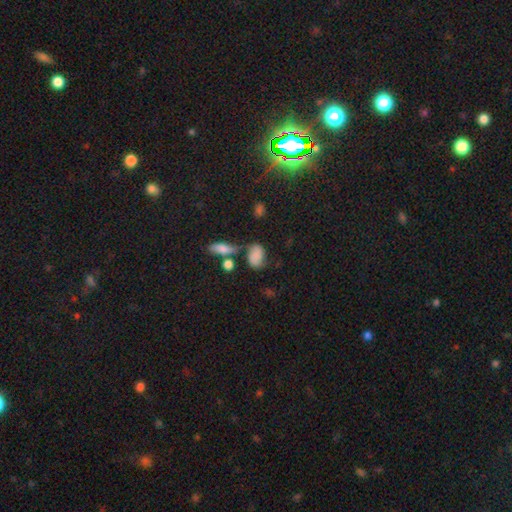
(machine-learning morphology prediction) This appears to be a smooth galaxy with no disk features (76%) that is in between round and cigar-shaped (81%). Merging: none (50%).